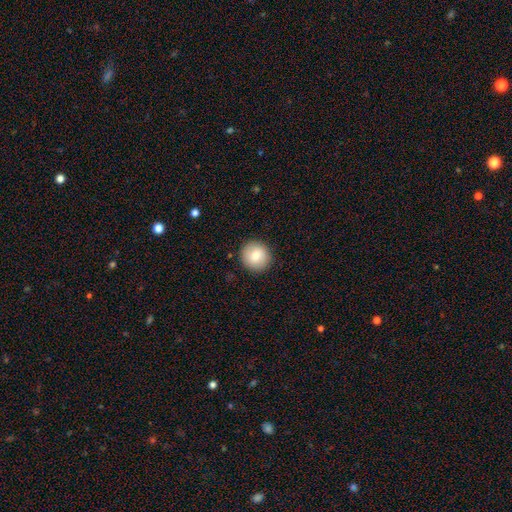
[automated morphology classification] The model was most divided on "smooth or featured": smooth: 80%, featured or disk: 12%, star or artifact: 8%. More confident: how rounded — round (92%); merging — none (90%).